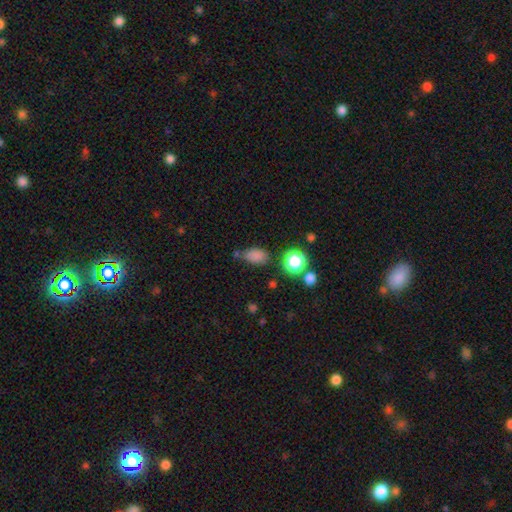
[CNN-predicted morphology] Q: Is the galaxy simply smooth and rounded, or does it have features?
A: smooth — 79%.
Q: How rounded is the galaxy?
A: in between — 82%.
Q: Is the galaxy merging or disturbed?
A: none — 61%.